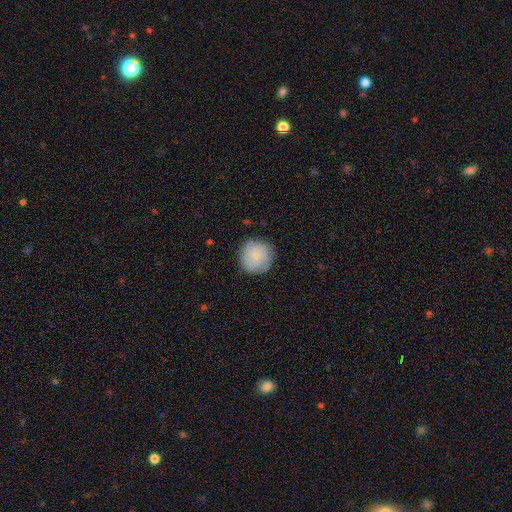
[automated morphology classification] The model was most divided on "smooth or featured": smooth: 64%, featured or disk: 29%, star or artifact: 7%. More confident: how rounded — round (94%); merging — none (83%).